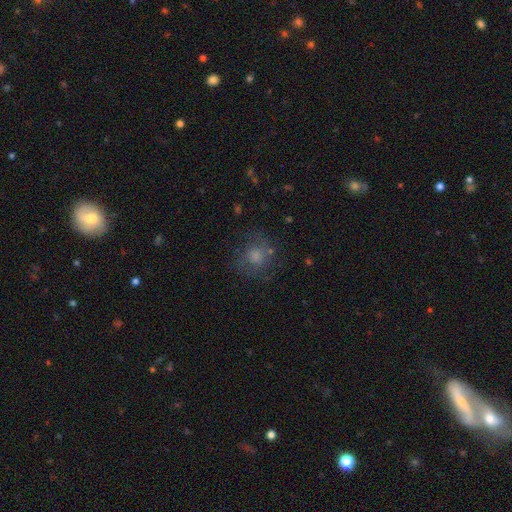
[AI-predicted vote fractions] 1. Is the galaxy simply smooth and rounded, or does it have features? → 49% smooth, 30% featured or disk, 21% star or artifact.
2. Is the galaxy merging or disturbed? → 71% none, 16% minor disturbance, 11% major disturbance, 2% merger.